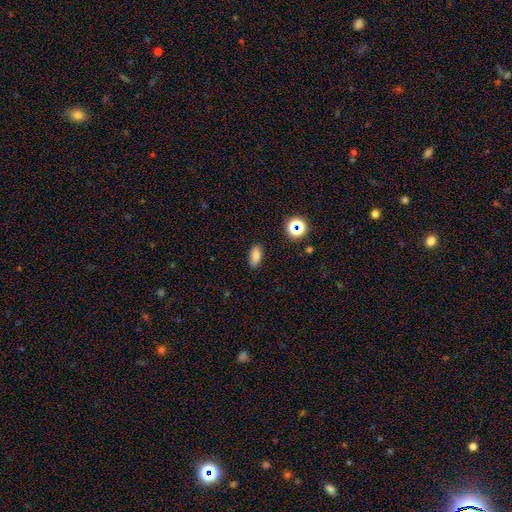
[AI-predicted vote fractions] Smooth or featured? smooth (79%)
How rounded? in between (85%)
Merging? none (86%)